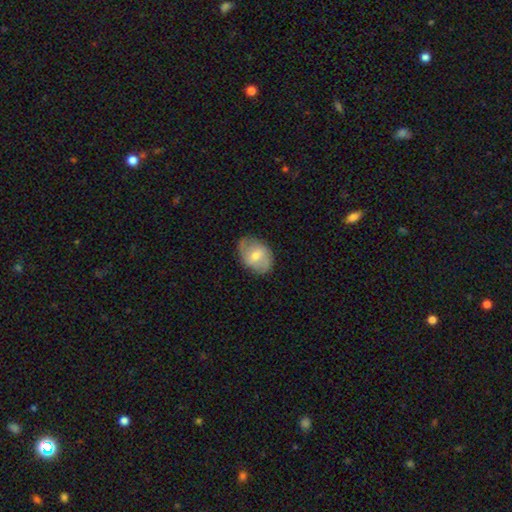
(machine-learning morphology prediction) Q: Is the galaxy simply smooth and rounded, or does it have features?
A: smooth — 47%.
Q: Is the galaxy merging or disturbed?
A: none — 72%.